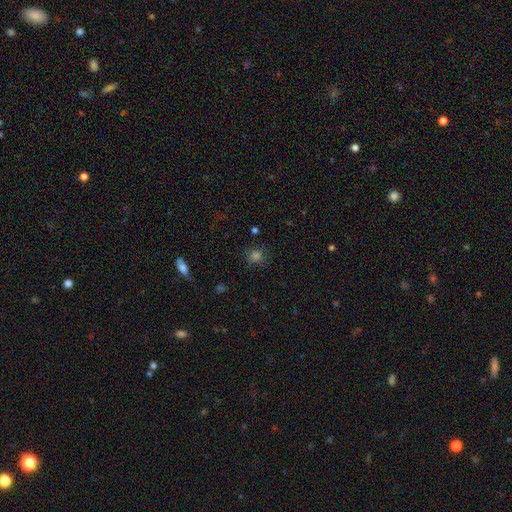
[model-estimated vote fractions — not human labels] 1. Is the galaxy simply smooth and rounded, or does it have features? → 73% smooth, 21% star or artifact, 6% featured or disk.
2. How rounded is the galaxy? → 86% round, 13% in between, 1% cigar-shaped.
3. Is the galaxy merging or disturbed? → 86% none, 10% minor disturbance, 3% major disturbance, 2% merger.